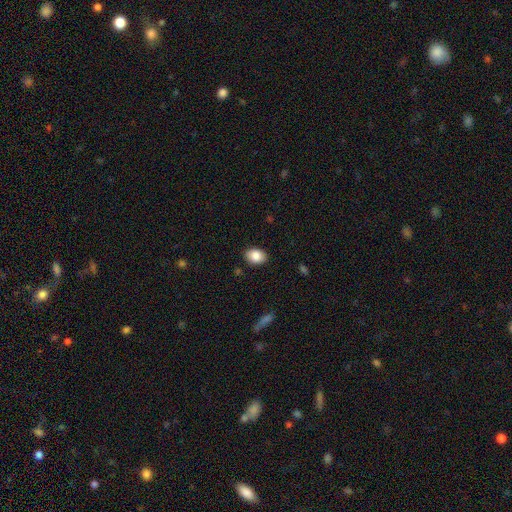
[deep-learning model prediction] A smooth galaxy with no disk features (86%) that is in between round and cigar-shaped (78%).

Vote fractions:
- Smooth or featured? smooth: 86% / star or artifact: 7% / featured or disk: 6%
- How rounded? in between: 78% / round: 21% / cigar-shaped: 1%
- Merging? none: 87% / minor disturbance: 9% / major disturbance: 2% / merger: 1%